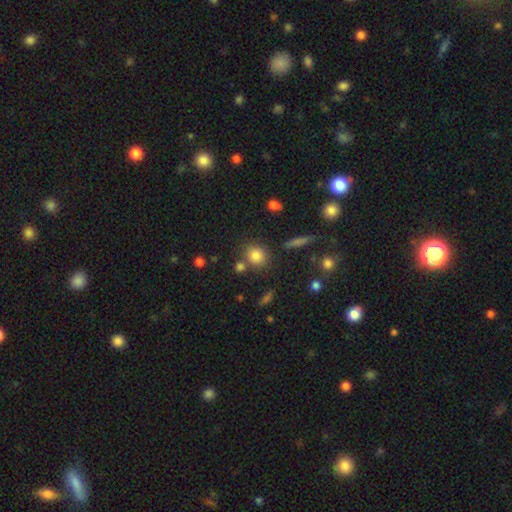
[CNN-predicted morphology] The model was most divided on "merging": none: 71%, merger: 14%, minor disturbance: 11%, major disturbance: 4%. More confident: smooth or featured — smooth (81%); how rounded — round (80%).